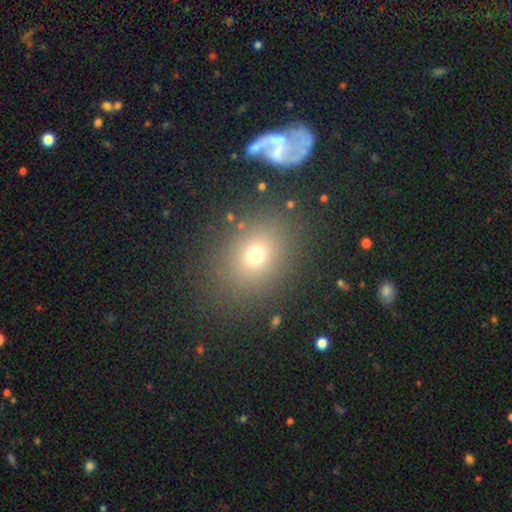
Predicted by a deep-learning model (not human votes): Morphology: type=smooth (57%); roundness=round (54%); merging=none (83%).